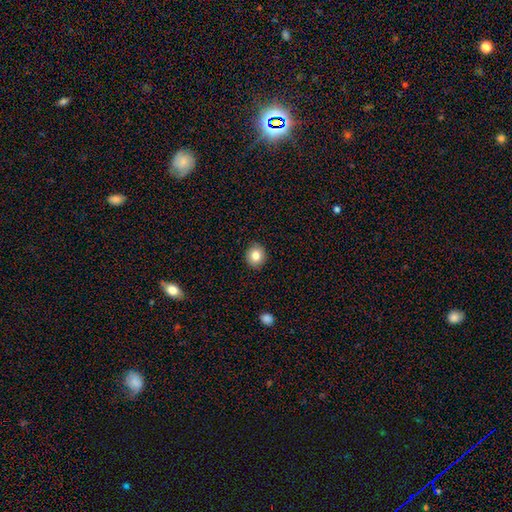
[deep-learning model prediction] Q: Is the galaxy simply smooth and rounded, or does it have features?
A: smooth — 82%.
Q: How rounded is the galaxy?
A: round — 79%.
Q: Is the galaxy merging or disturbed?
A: none — 90%.